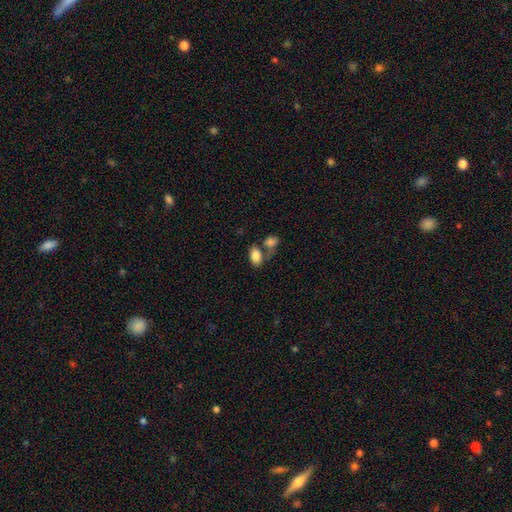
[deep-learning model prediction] This is clearly a smooth galaxy (84%). How rounded: clearly in between (91%). Merging: possibly none (46%).